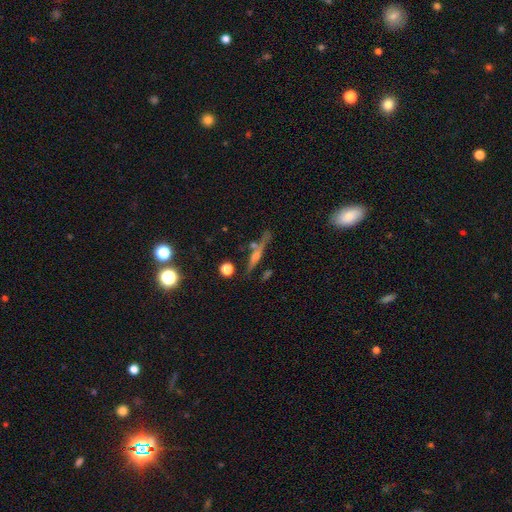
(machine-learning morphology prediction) smooth-or-featured: featured or disk: 59% | smooth: 28% | star or artifact: 14%
  disk-edge-on: yes: 93% | no: 7%
    edge-on-bulge: rounded: 67% | none: 19% | boxy: 14%
  merging: none: 70% | minor disturbance: 14% | merger: 10% | major disturbance: 6%